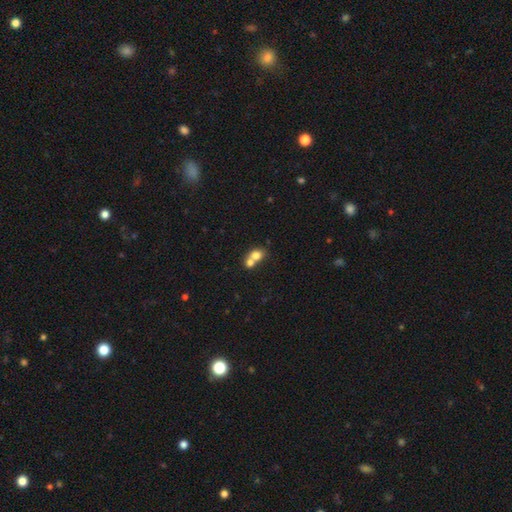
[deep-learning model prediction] This is likely a smooth galaxy (75%). How rounded: possibly round (58%). Merging: likely merger (65%).